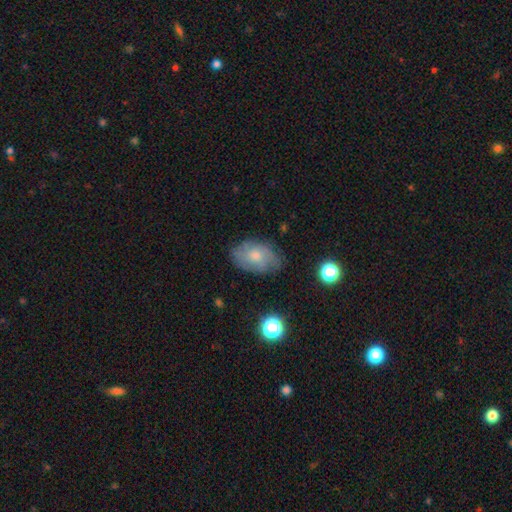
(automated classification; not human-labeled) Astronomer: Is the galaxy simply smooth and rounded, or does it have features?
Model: smooth — 49% (runner-up: featured or disk, 41%).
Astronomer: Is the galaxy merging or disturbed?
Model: none — 70%.